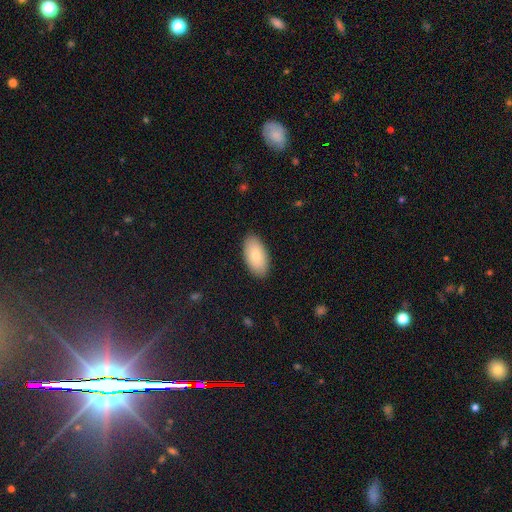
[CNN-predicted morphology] A smooth galaxy with no disk features (79%) that is in between round and cigar-shaped (95%).

Vote fractions:
- Smooth or featured? smooth: 79% / featured or disk: 15% / star or artifact: 6%
- How rounded? in between: 95% / round: 3% / cigar-shaped: 2%
- Merging? none: 88% / minor disturbance: 9% / major disturbance: 2% / merger: 1%